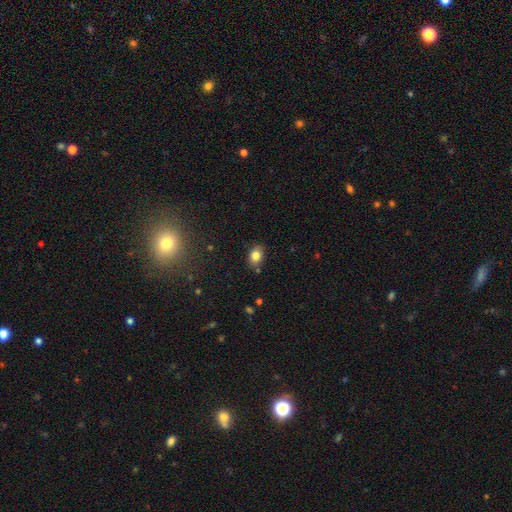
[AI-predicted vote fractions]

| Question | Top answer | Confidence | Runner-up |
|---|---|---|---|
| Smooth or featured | smooth | 82% | star or artifact (10%) |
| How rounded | in between | 72% | round (26%) |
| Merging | none | 81% | minor disturbance (13%) |